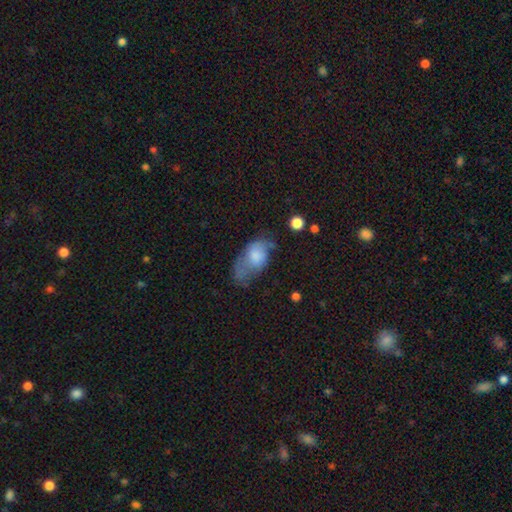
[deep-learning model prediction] This is likely a smooth galaxy (64%). How rounded: clearly in between (91%). Merging: marginally minor disturbance (34%).